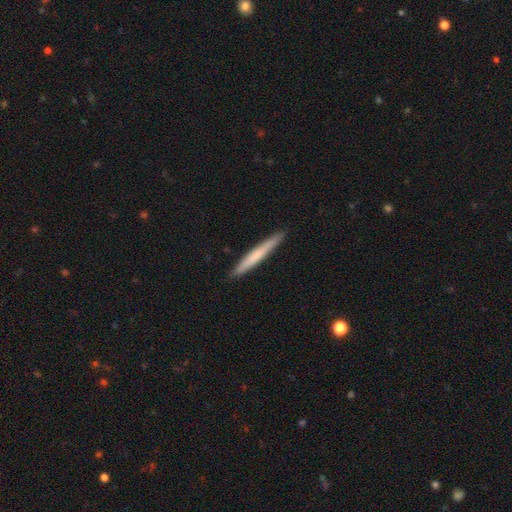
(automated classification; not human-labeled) A smooth galaxy with no disk features (61%) that is cigar-shaped (97%). Merging: none (91%).